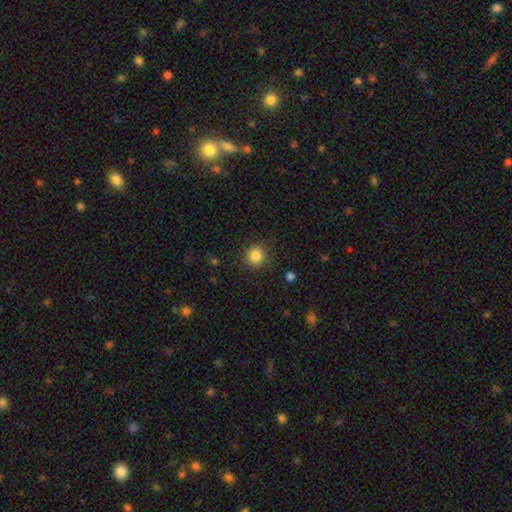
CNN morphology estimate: smooth-or-featured: smooth: 85% | star or artifact: 11% | featured or disk: 5%
  how-rounded: round: 92% | in between: 7% | cigar-shaped: 1%
  merging: none: 88% | minor disturbance: 8% | major disturbance: 3% | merger: 1%